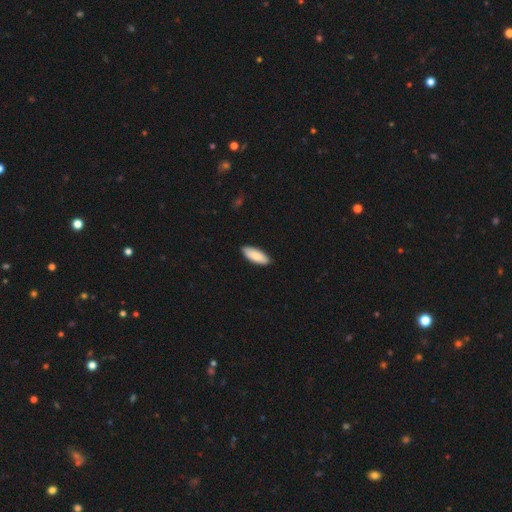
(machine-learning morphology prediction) A smooth galaxy with no disk features (87%) that is in between round and cigar-shaped (76%). Merging: none (89%).